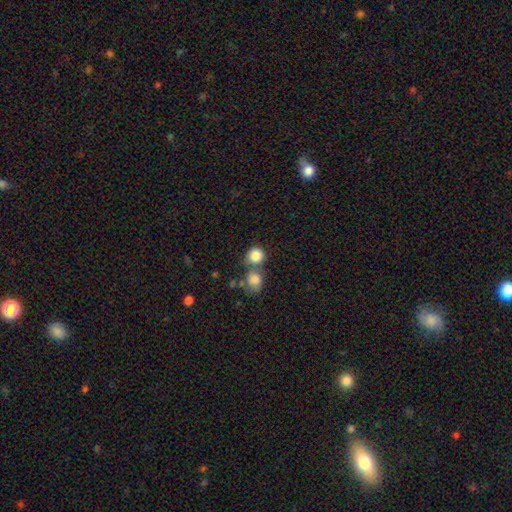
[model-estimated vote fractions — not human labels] The model was most divided on "merging": none: 53%, merger: 35%, minor disturbance: 8%, major disturbance: 4%. More confident: how rounded — round (87%); smooth or featured — smooth (84%).